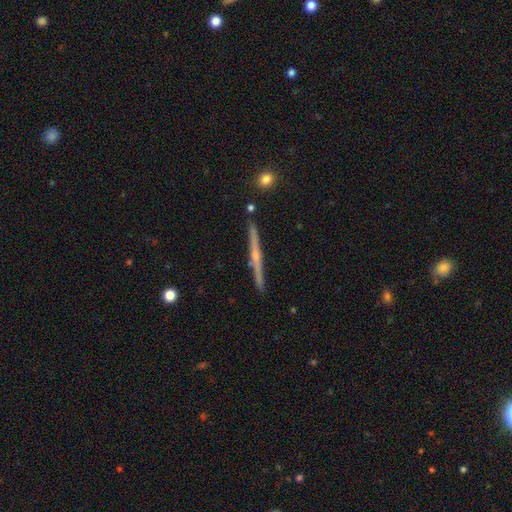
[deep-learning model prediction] Smooth or featured? Predicted: featured or disk (p=0.78). Edge-on disk? Predicted: yes (p=0.98). Edge-on bulge? Predicted: rounded (p=0.71). Merging? Predicted: none (p=0.91).